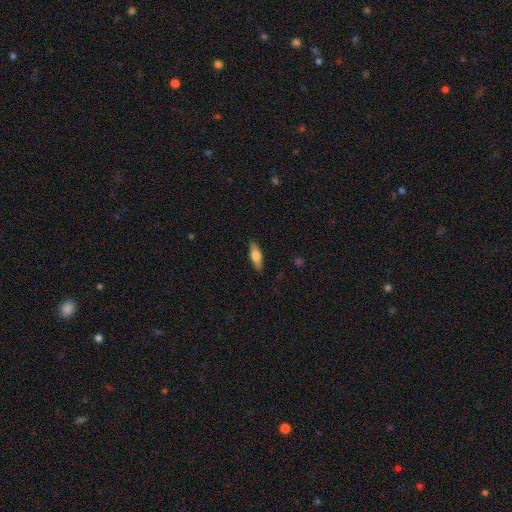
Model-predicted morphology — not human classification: Smooth or featured? smooth (68%)
How rounded? in between (57%)
Merging? none (87%)